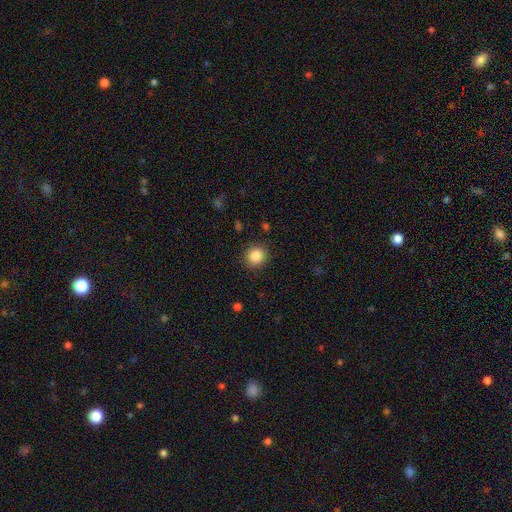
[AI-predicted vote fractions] smooth 85%, star or artifact 10%, featured or disk 5%. Down the decision tree: how rounded — round (88%); merging — none (90%).